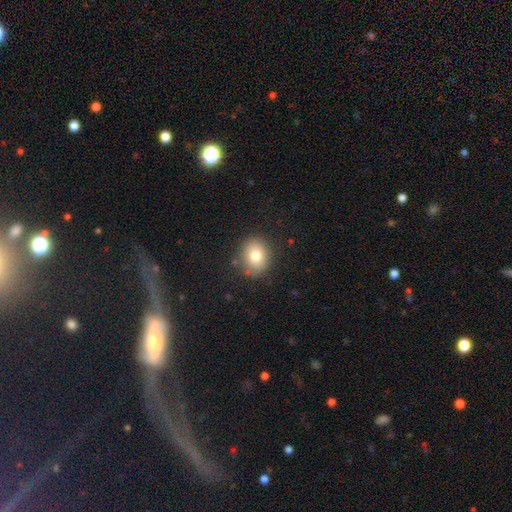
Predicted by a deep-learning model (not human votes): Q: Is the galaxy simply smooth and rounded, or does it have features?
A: smooth — 77%.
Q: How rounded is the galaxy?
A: round — 65%.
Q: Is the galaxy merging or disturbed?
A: none — 85%.